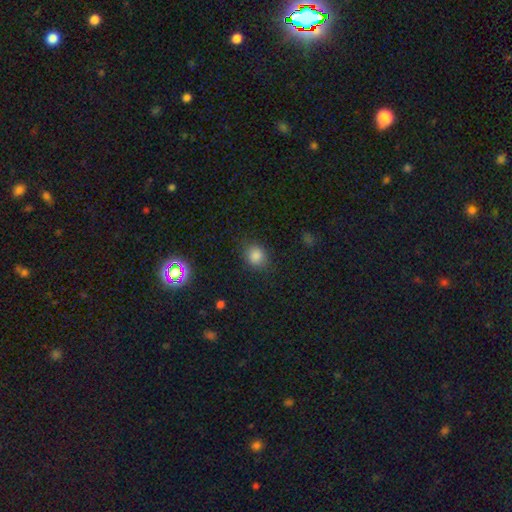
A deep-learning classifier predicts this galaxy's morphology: Overall: smooth (84%). How rounded: round (62%; in between 37%). Merging: none (81%).